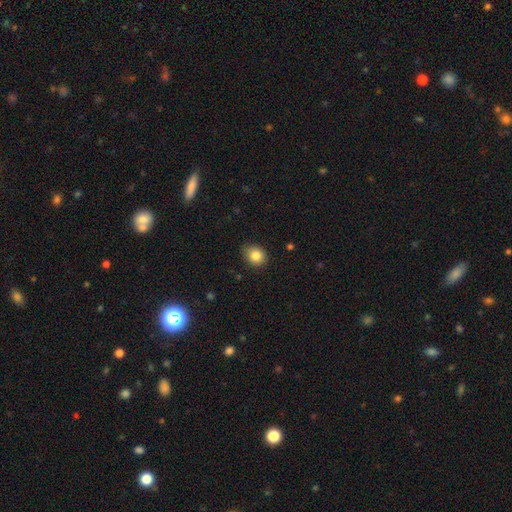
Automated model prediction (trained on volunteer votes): This is clearly a smooth galaxy (84%). How rounded: likely round (64%). Merging: clearly none (82%).